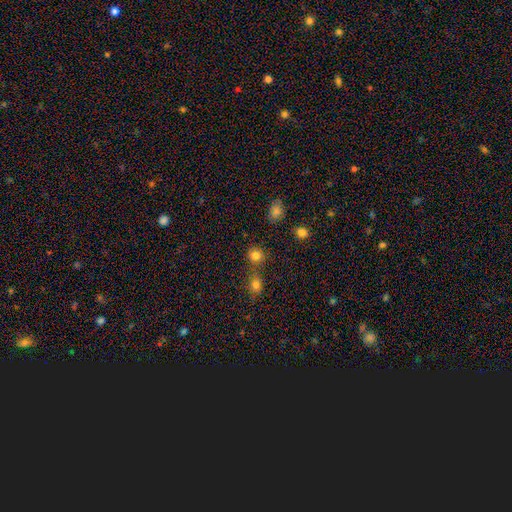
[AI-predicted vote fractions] smooth 80%, star or artifact 14%, featured or disk 6%. Down the decision tree: how rounded — round (85%); merging — none (66%).